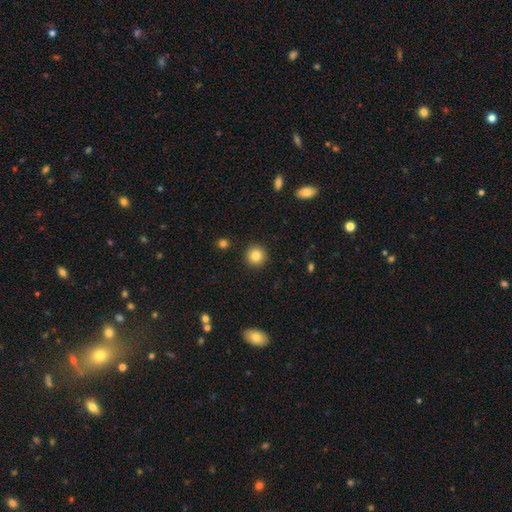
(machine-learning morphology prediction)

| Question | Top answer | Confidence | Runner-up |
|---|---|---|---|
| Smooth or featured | smooth | 84% | star or artifact (10%) |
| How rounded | round | 95% | in between (4%) |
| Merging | none | 92% | minor disturbance (5%) |